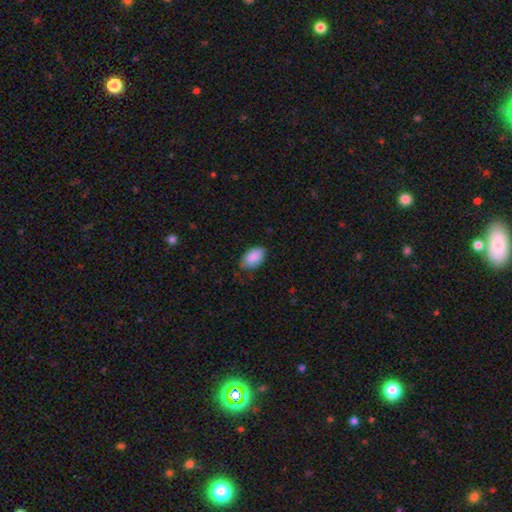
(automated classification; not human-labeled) Morphology: type=smooth (89%); roundness=in between (94%); merging=none (73%).